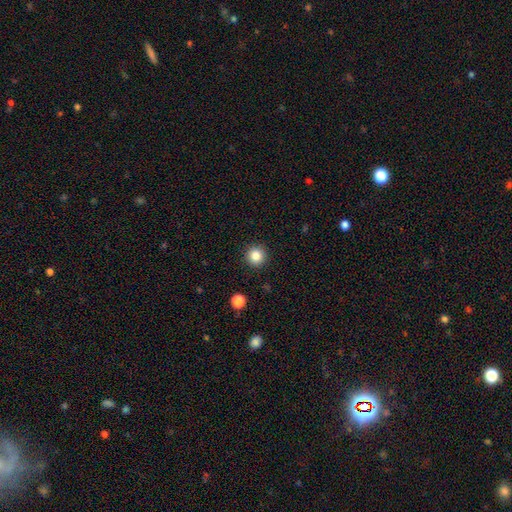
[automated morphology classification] Smooth or featured: smooth — 85% (star or artifact — 11%)
How rounded: round — 94% (in between — 5%)
Merging: none — 92% (minor disturbance — 5%)